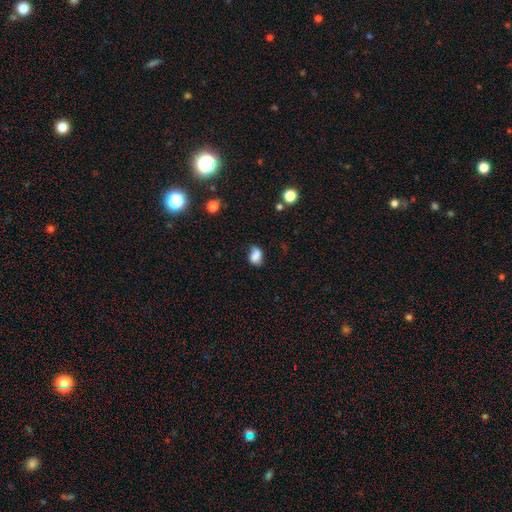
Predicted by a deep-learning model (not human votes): Smooth or featured?
  - smooth: 76% *
  - featured or disk: 12%
  - star or artifact: 11%
How rounded?
  - in between: 75% *
  - round: 23%
  - cigar-shaped: 2%
Merging?
  - none: 51% *
  - minor disturbance: 30%
  - major disturbance: 11%
  - merger: 9%